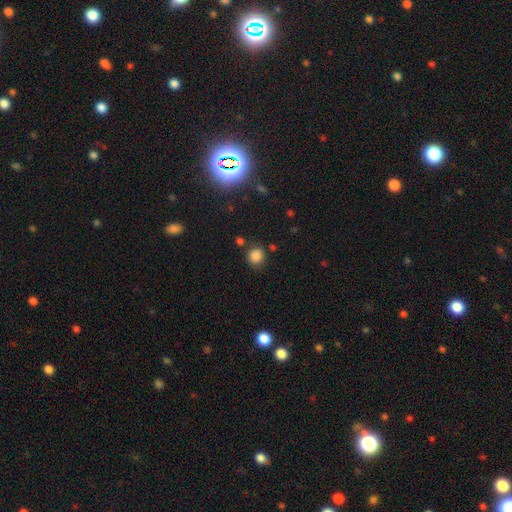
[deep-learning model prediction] Morphology: type=smooth (83%); roundness=round (83%); merging=none (81%).